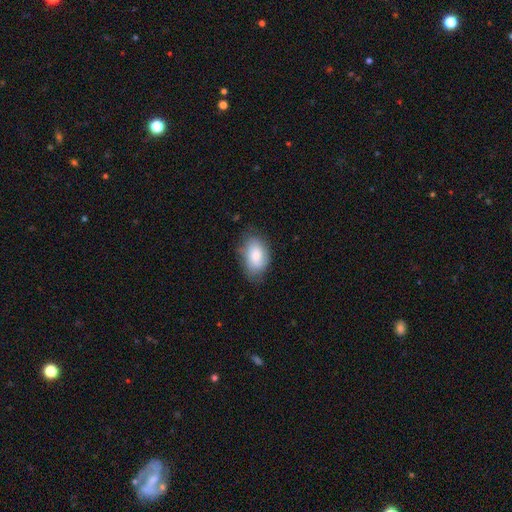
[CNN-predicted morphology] The model was most divided on "merging": none: 67%, minor disturbance: 25%, major disturbance: 7%, merger: 1%. More confident: how rounded — in between (88%); smooth or featured — smooth (78%).